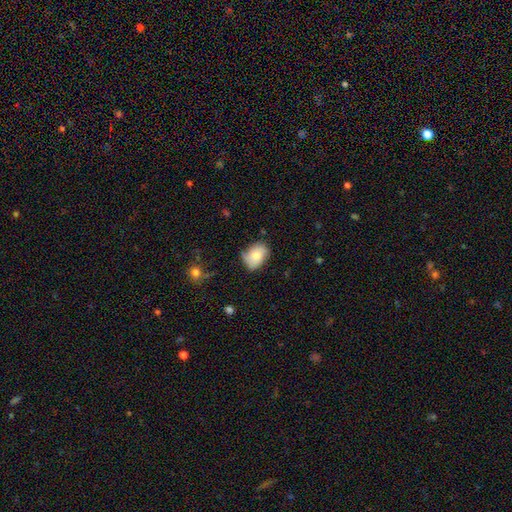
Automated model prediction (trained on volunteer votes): smooth_or_featured: smooth (p=0.75) [alt: featured or disk p=0.17]
how_rounded: in between (p=0.76) [alt: round p=0.23]
merging: none (p=0.65) [alt: minor disturbance p=0.27]